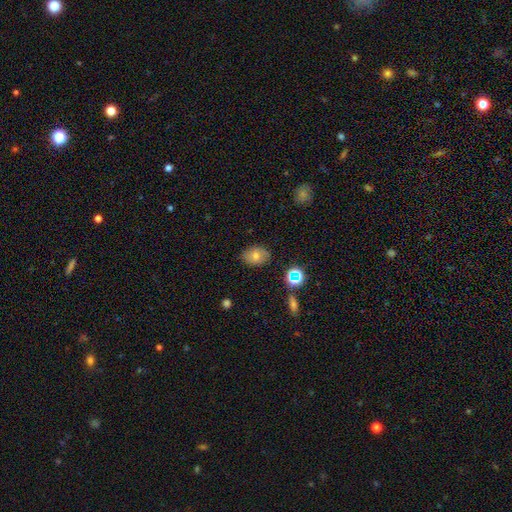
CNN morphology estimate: The model was most divided on "smooth or featured": smooth: 65%, featured or disk: 21%, star or artifact: 14%. More confident: merging — none (79%); how rounded — in between (75%).